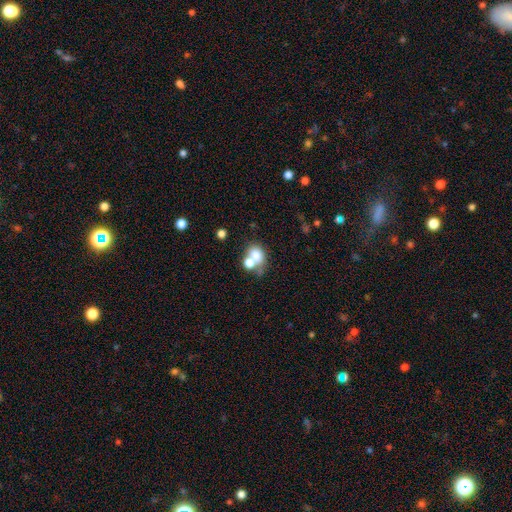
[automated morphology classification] Smooth or featured?
  - smooth: 71% *
  - featured or disk: 16%
  - star or artifact: 12%
How rounded?
  - in between: 52% *
  - round: 47%
  - cigar-shaped: 1%
Merging?
  - merger: 50% *
  - none: 33%
  - minor disturbance: 10%
  - major disturbance: 7%